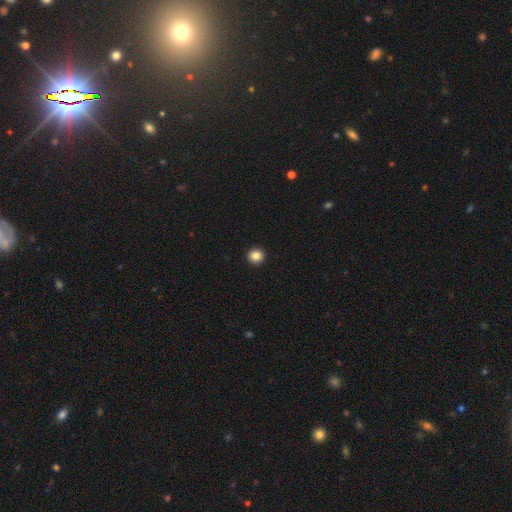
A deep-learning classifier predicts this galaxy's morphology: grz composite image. It shows a smooth galaxy with no disk features (86%) that is round (91%). Merging: none (94%).